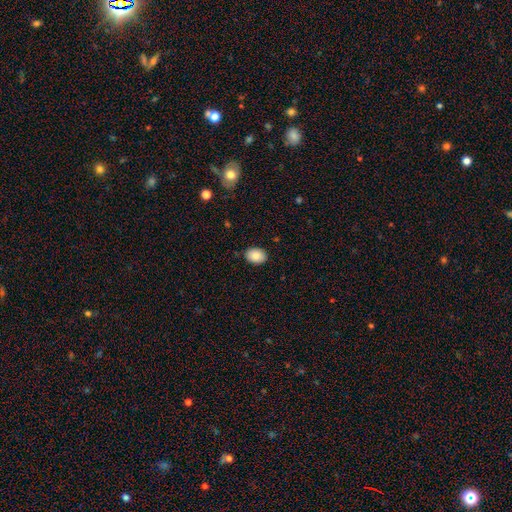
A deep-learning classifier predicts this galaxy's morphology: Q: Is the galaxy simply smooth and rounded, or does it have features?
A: smooth — 87%.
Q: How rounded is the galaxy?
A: in between — 68%.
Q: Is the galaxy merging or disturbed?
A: none — 87%.